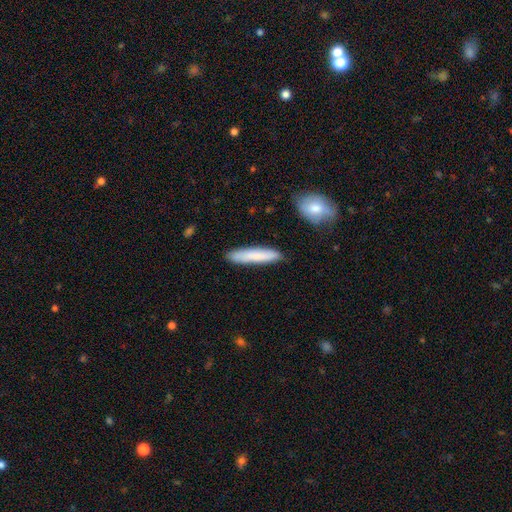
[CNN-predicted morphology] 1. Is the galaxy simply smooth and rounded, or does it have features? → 80% smooth, 15% featured or disk, 6% star or artifact.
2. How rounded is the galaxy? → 88% cigar-shaped, 11% in between, 1% round.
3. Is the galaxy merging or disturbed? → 87% none, 9% minor disturbance, 2% merger, 2% major disturbance.